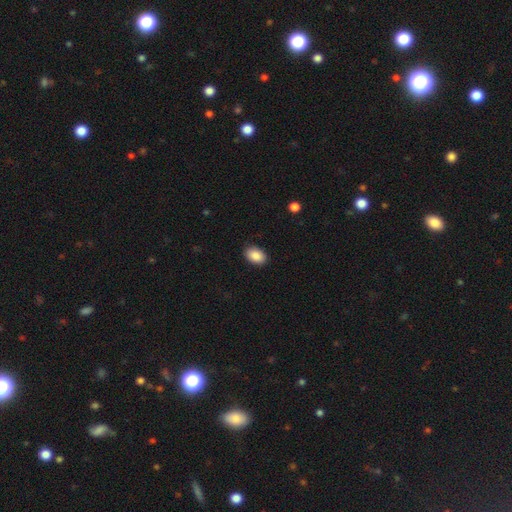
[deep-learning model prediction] A smooth galaxy with no disk features (89%) that is in between round and cigar-shaped (88%). Merging: none (89%).